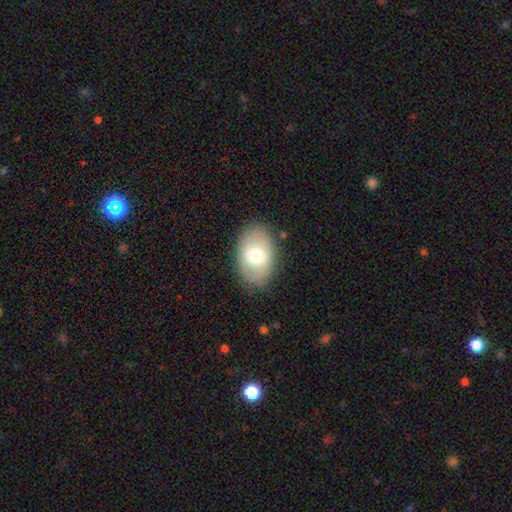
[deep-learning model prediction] A smooth galaxy with no disk features (68%) that is in between round and cigar-shaped (87%). Merging: none (84%).